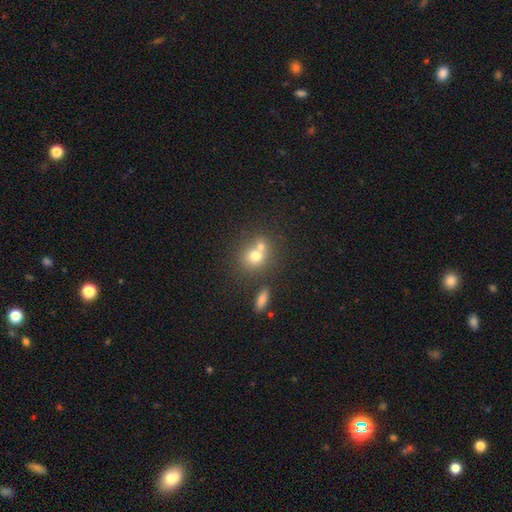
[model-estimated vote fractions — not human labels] smooth-or-featured: smooth: 71% | featured or disk: 16% | star or artifact: 13%
  how-rounded: round: 74% | in between: 25% | cigar-shaped: 1%
  merging: merger: 50% | none: 38% | minor disturbance: 8% | major disturbance: 3%